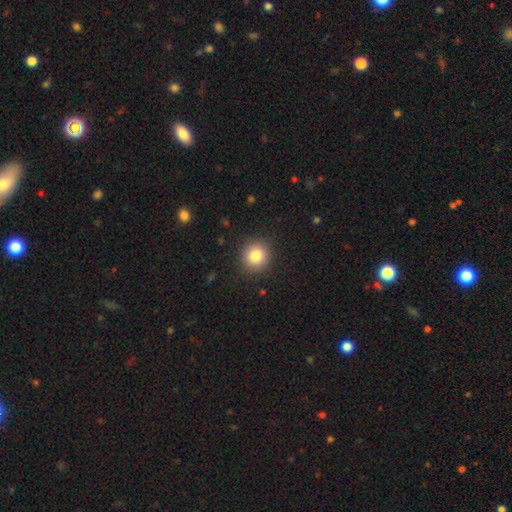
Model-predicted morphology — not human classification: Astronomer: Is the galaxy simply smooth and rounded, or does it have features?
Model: smooth — 84%.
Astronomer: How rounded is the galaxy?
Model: round — 89%.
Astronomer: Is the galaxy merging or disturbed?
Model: none — 90%.